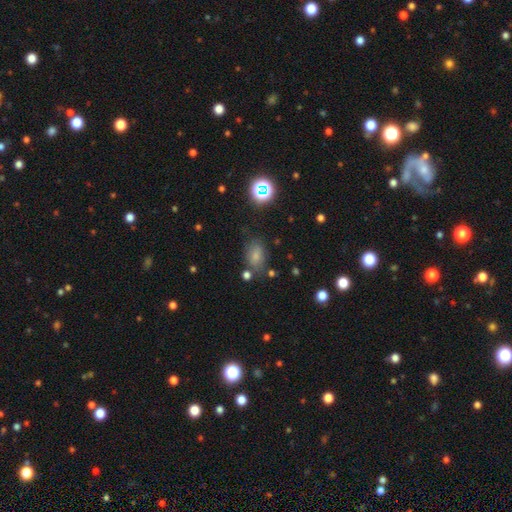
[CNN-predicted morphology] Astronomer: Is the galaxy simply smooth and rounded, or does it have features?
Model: smooth — 72%.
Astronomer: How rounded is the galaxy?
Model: in between — 77%.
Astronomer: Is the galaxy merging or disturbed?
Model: none — 69%.